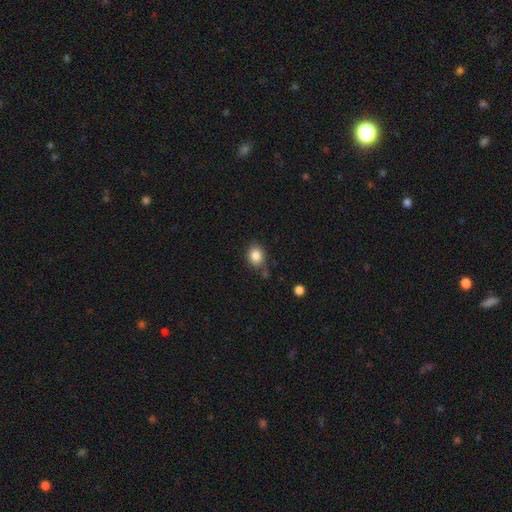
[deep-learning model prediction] This is clearly a smooth galaxy (85%). How rounded: likely round (63%). Merging: likely none (77%).